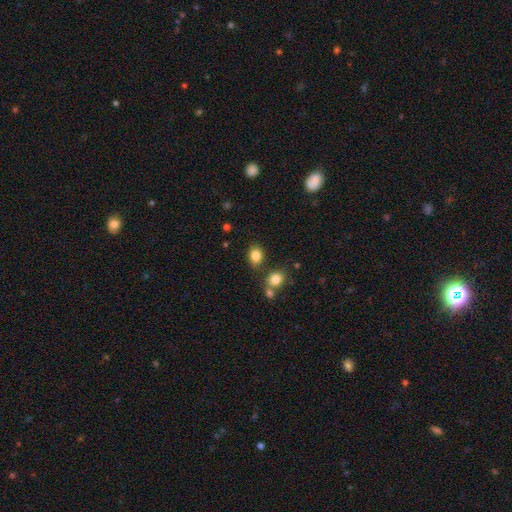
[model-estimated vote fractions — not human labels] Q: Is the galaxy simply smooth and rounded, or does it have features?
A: smooth — 84%.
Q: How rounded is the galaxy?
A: in between — 58%.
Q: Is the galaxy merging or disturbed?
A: none — 75%.